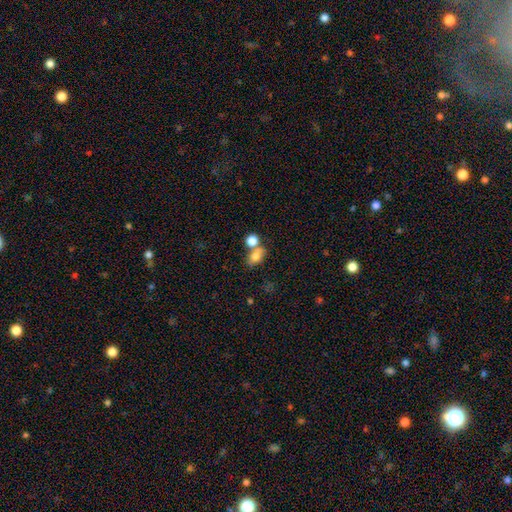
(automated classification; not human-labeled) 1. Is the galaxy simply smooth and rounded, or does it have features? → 74% smooth, 14% featured or disk, 12% star or artifact.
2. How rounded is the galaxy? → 64% in between, 32% round, 3% cigar-shaped.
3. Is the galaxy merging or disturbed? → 42% merger, 40% none, 12% minor disturbance, 7% major disturbance.